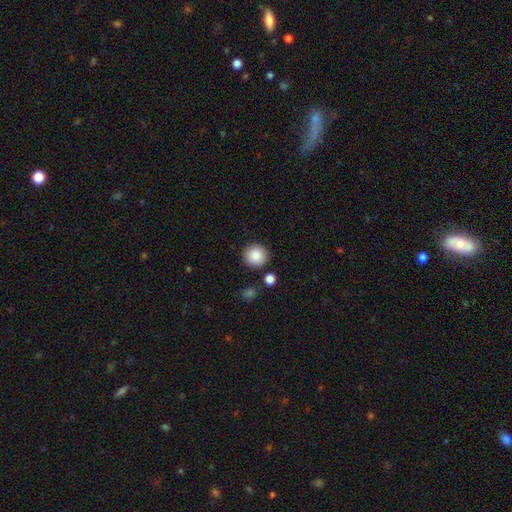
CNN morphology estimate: A smooth galaxy with no disk features (88%) that is round (93%).

Vote fractions:
- Smooth or featured? smooth: 88% / star or artifact: 8% / featured or disk: 4%
- How rounded? round: 93% / in between: 6% / cigar-shaped: 1%
- Merging? none: 88% / minor disturbance: 7% / merger: 3% / major disturbance: 2%